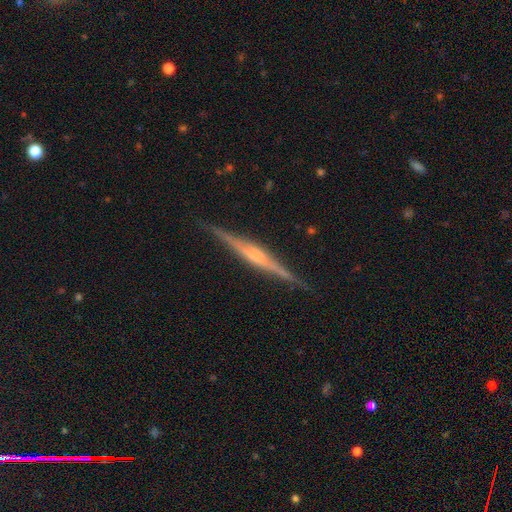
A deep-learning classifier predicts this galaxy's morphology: type=featured or disk (80%); edge-on=yes (98%); edge-on bulge=rounded (56%); merging=none (89%).